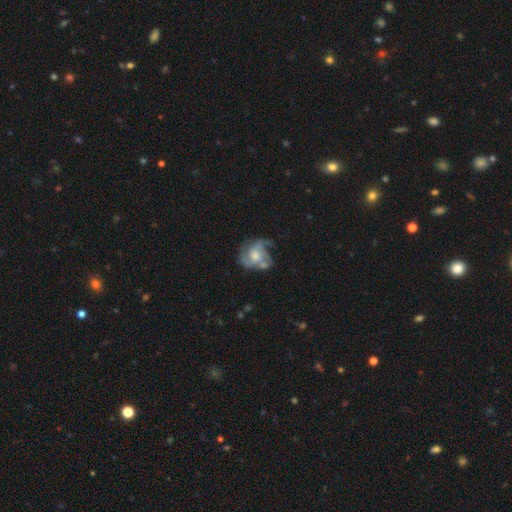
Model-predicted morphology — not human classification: Smooth or featured?
  - featured or disk: 78% *
  - smooth: 15%
  - star or artifact: 7%
Edge-on disk?
  - no: 98% *
  - yes: 2%
Bar?
  - no: 70% *
  - weak: 26%
  - strong: 4%
Spiral arms?
  - yes: 90% *
  - no: 10%
Spiral winding?
  - medium: 46% *
  - tight: 32%
  - loose: 22%
Spiral arm count?
  - 3: 44% *
  - can't tell: 17%
  - 4: 16%
  - 2: 14%
  - 1: 5%
  - more than 4: 4%
Bulge size?
  - moderate: 59% *
  - small: 20%
  - large: 13%
  - none: 6%
  - dominant: 1%
Merging?
  - none: 50% *
  - minor disturbance: 23%
  - major disturbance: 21%
  - merger: 6%